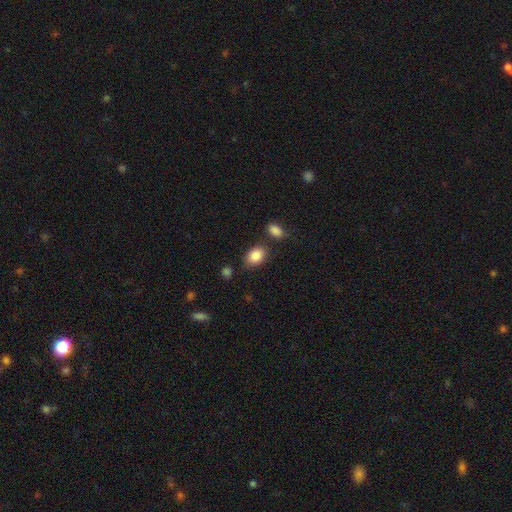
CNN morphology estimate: smooth 87%, star or artifact 8%, featured or disk 6%. Down the decision tree: how rounded — in between (80%); merging — none (74%).